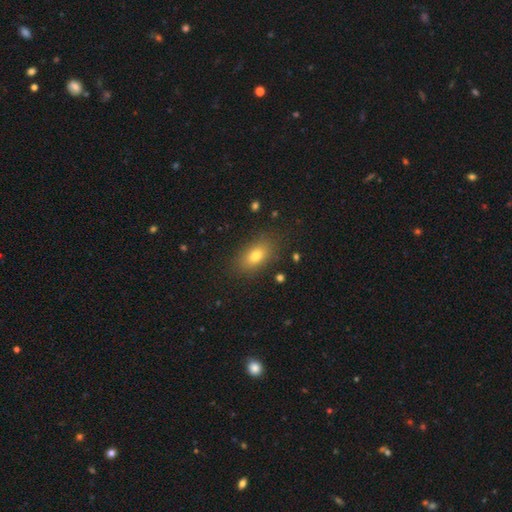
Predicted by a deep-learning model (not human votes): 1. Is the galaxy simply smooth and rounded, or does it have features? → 76% smooth, 12% star or artifact, 11% featured or disk.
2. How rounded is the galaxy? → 82% in between, 14% round, 4% cigar-shaped.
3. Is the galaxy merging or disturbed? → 85% none, 11% minor disturbance, 3% major disturbance, 1% merger.